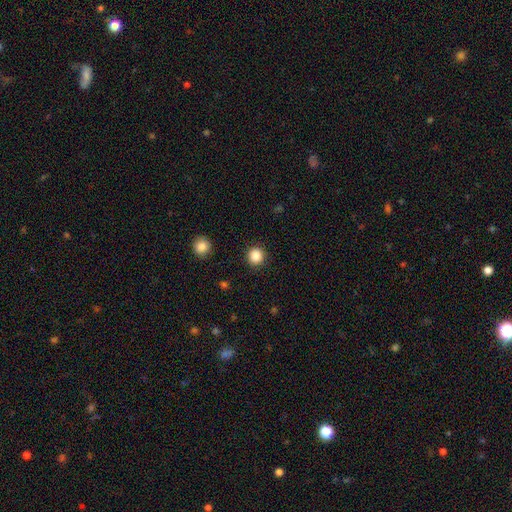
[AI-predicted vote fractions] Overall: smooth (86%). How rounded: round (95%). Merging: none (92%).